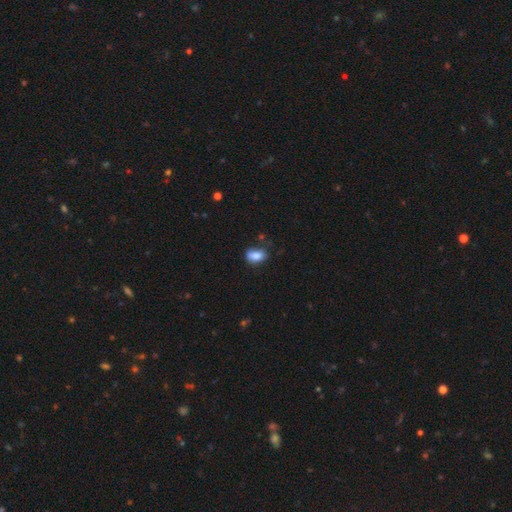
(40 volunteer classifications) Smooth or featured? smooth (80%)
How rounded? in between (88%)
Merging? none (71%)